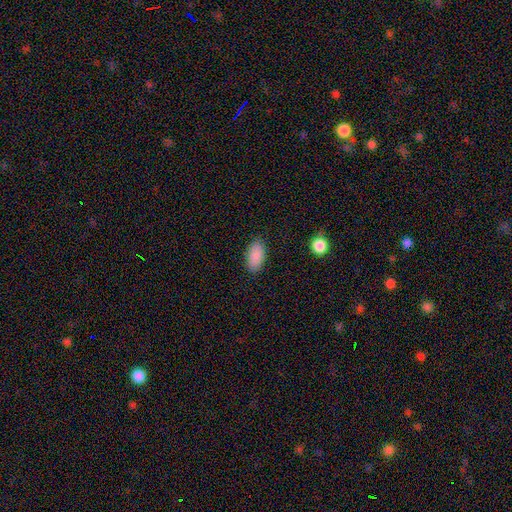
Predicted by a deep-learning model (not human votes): The model was most divided on "merging": none: 87%, minor disturbance: 9%, major disturbance: 2%, merger: 1%. More confident: how rounded — in between (93%); smooth or featured — smooth (89%).